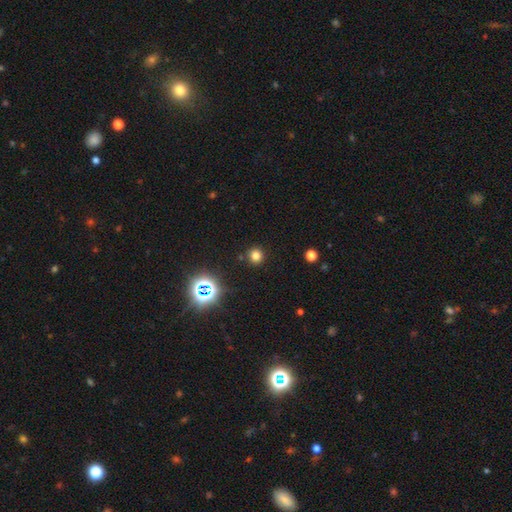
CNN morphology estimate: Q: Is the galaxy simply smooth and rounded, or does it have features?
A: smooth — 75%.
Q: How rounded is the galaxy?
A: round — 91%.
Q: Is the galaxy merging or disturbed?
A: none — 90%.